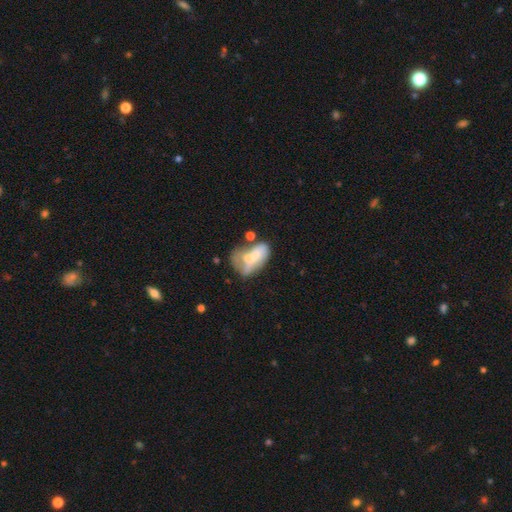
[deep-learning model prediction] Q: Smooth or featured?
A: smooth (54%); runner-up: featured or disk (36%)
Q: How rounded?
A: in between (87%); runner-up: round (8%)
Q: Merging?
A: merger (32%); runner-up: major disturbance (30%)